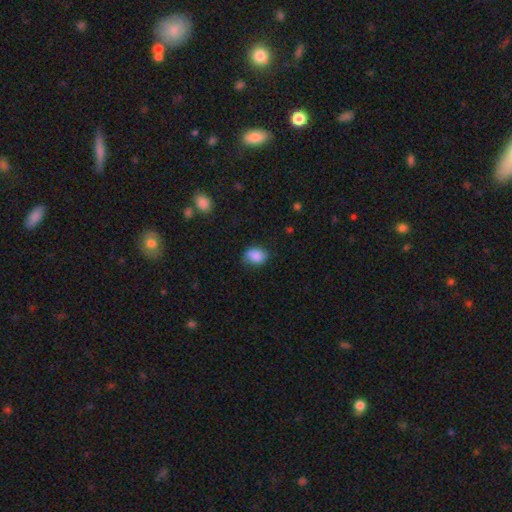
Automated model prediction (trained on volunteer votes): This is clearly a smooth galaxy (87%). How rounded: likely in between (64%). Merging: likely none (71%).